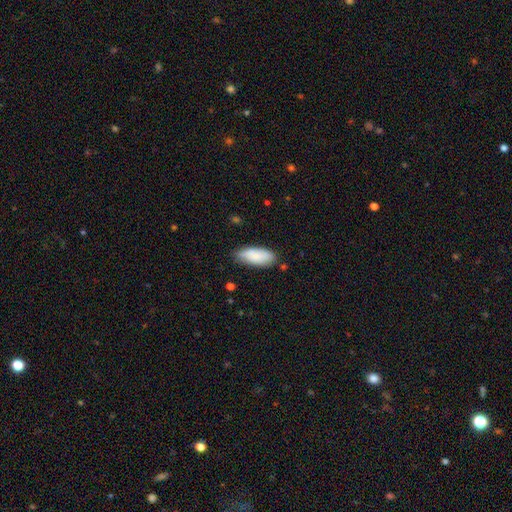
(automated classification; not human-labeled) Smooth or featured? smooth (84%)
How rounded? in between (83%)
Merging? none (73%)